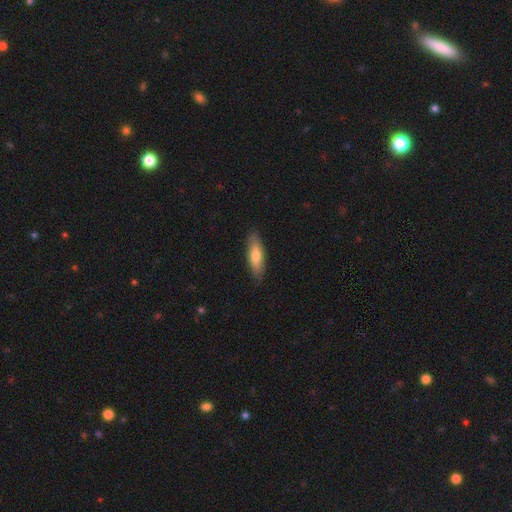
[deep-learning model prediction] Smooth or featured: smooth — 70% (featured or disk — 24%)
How rounded: cigar-shaped — 55% (in between — 43%)
Merging: none — 87% (minor disturbance — 10%)